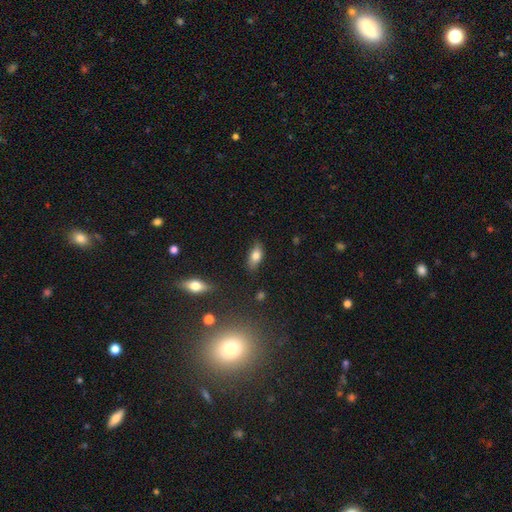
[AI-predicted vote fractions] Q: Smooth or featured?
A: smooth (78%); runner-up: featured or disk (14%)
Q: How rounded?
A: in between (86%); runner-up: cigar-shaped (10%)
Q: Merging?
A: none (77%); runner-up: minor disturbance (17%)